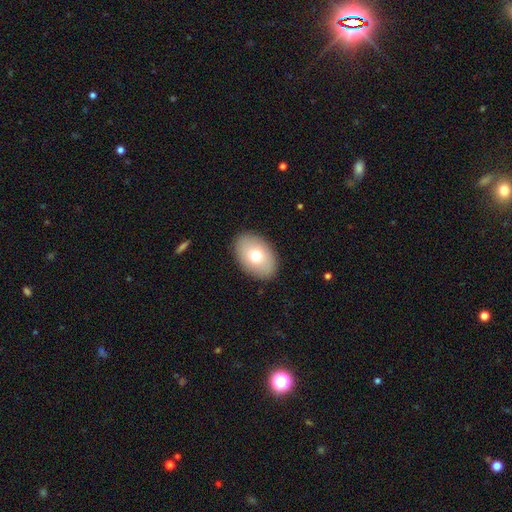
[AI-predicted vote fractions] Overall: smooth (73%). How rounded: in between (86%). Merging: none (89%).